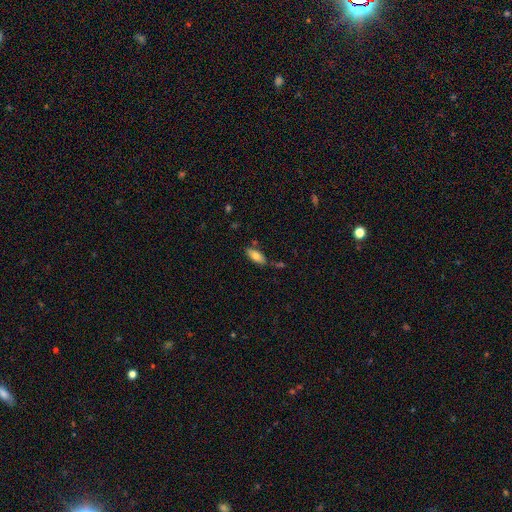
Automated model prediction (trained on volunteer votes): A smooth galaxy with no disk features (76%) that is in between round and cigar-shaped (83%).

Vote fractions:
- Smooth or featured? smooth: 76% / featured or disk: 16% / star or artifact: 7%
- How rounded? in between: 83% / cigar-shaped: 15% / round: 2%
- Merging? none: 70% / minor disturbance: 18% / merger: 8% / major disturbance: 4%